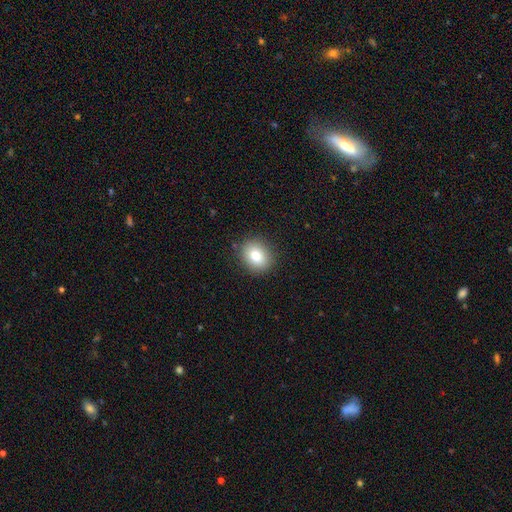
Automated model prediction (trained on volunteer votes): smooth-or-featured: smooth: 80% | featured or disk: 10% | star or artifact: 10%
  how-rounded: round: 61% | in between: 39% | cigar-shaped: 1%
  merging: none: 88% | minor disturbance: 8% | major disturbance: 2% | merger: 1%